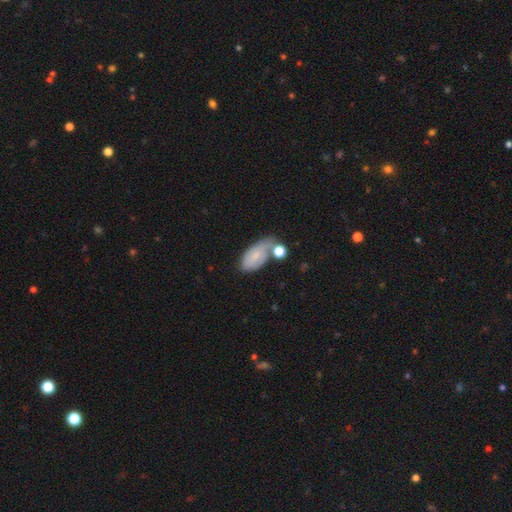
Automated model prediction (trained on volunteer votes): smooth-or-featured: smooth: 56% | featured or disk: 36% | star or artifact: 8%
  how-rounded: in between: 89% | round: 5% | cigar-shaped: 5%
  merging: none: 38% | minor disturbance: 25% | merger: 24% | major disturbance: 13%